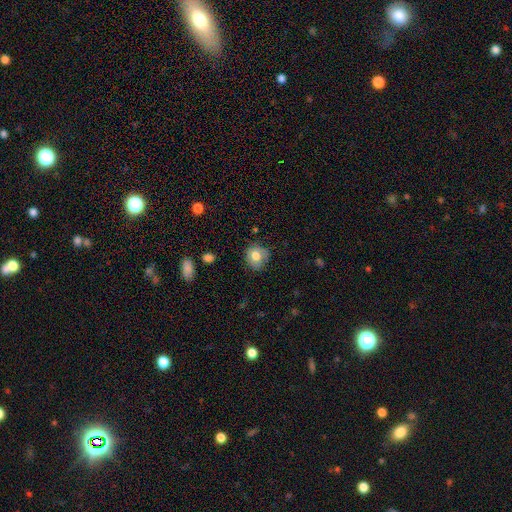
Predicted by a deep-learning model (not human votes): Smooth or featured: smooth — 74% (featured or disk — 17%)
How rounded: round — 78% (in between — 22%)
Merging: none — 74% (minor disturbance — 20%)